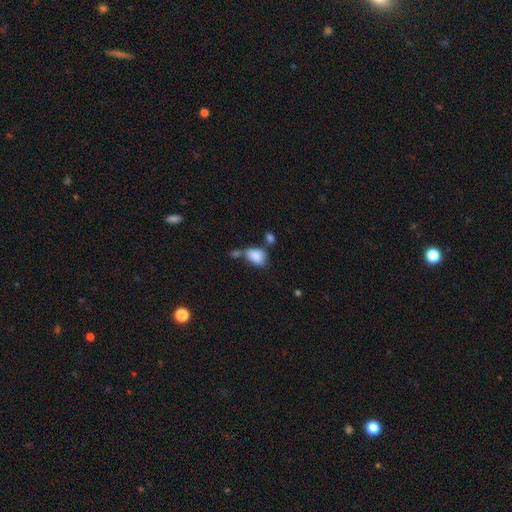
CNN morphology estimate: smooth 84%, star or artifact 8%, featured or disk 8%. Down the decision tree: how rounded — in between (84%); merging — none (37%).